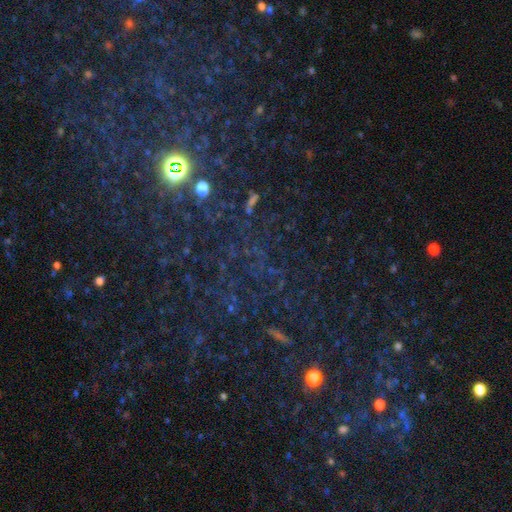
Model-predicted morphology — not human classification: smooth_or_featured: star or artifact (p=0.76) [alt: smooth p=0.14]